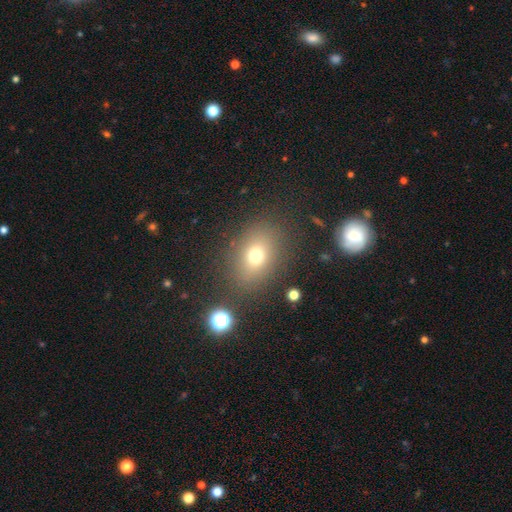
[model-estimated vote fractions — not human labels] Smooth or featured?
  - smooth: 71% *
  - star or artifact: 17%
  - featured or disk: 12%
How rounded?
  - in between: 56% *
  - round: 42%
  - cigar-shaped: 1%
Merging?
  - none: 82% *
  - minor disturbance: 10%
  - major disturbance: 5%
  - merger: 3%